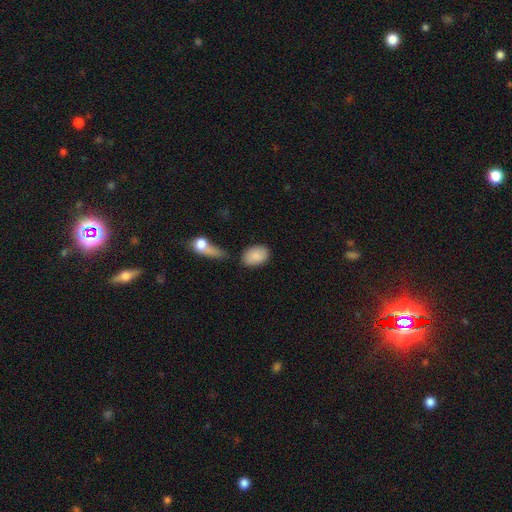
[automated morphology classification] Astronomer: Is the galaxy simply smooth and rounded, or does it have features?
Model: smooth — 87%.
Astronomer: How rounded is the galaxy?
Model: in between — 87%.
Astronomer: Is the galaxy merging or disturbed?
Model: none — 71%.